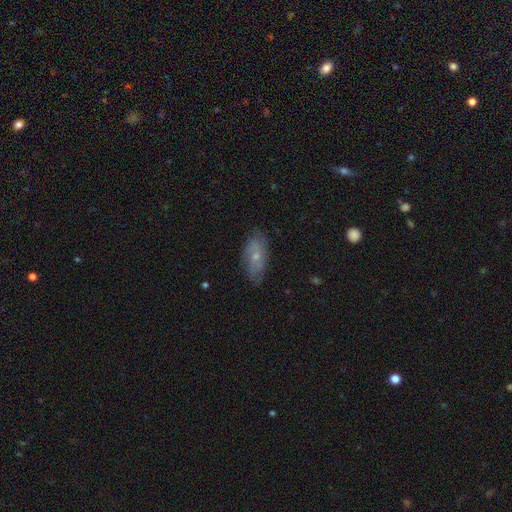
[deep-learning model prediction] Smooth or featured: smooth — 51% (featured or disk — 41%)
How rounded: in between — 83% (cigar-shaped — 14%)
Merging: none — 78% (minor disturbance — 17%)